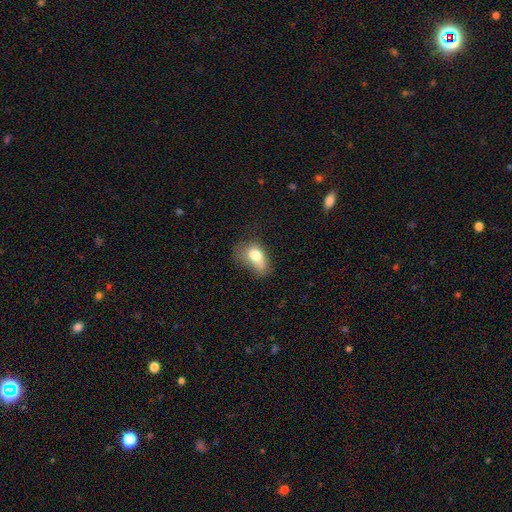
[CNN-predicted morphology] Smooth or featured? smooth (75%)
How rounded? in between (84%)
Merging? minor disturbance (36%)